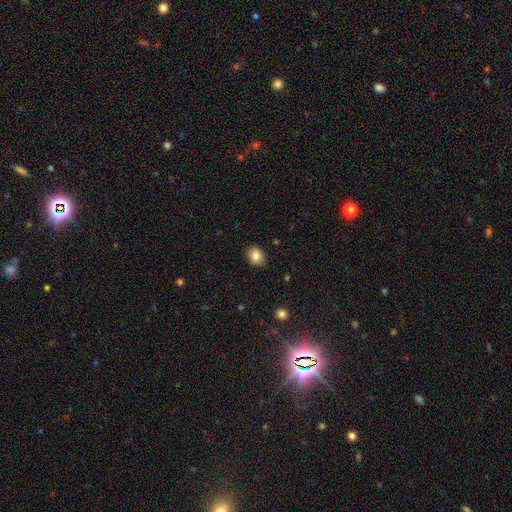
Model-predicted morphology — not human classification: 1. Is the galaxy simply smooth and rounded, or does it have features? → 85% smooth, 9% star or artifact, 6% featured or disk.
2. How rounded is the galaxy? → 56% in between, 43% round, 1% cigar-shaped.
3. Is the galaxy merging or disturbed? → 87% none, 10% minor disturbance, 2% major disturbance, 1% merger.